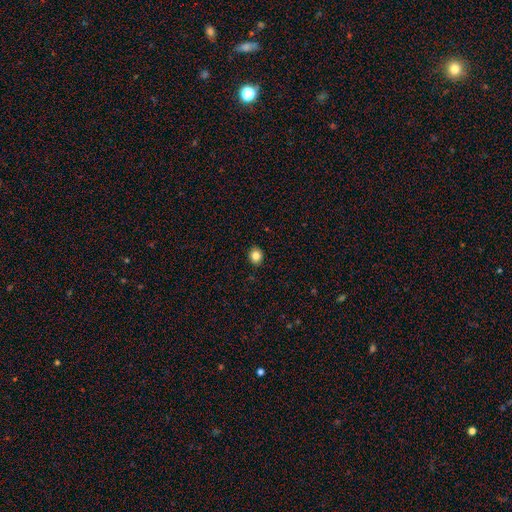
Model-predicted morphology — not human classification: Smooth or featured? Predicted: smooth (p=0.83). How rounded? Predicted: round (p=0.69). Merging? Predicted: none (p=0.91).